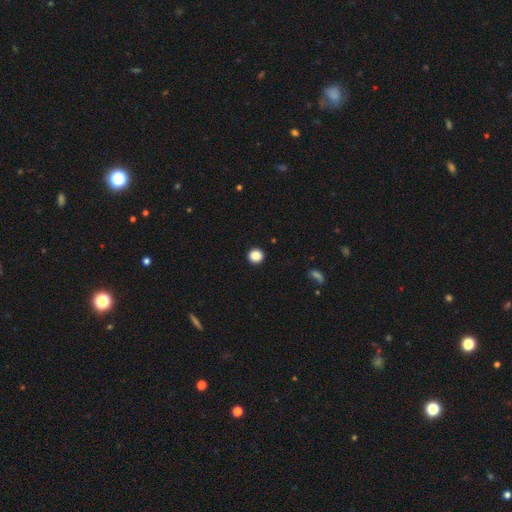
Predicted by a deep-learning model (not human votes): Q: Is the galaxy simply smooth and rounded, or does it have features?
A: smooth — 87%.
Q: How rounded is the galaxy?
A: round — 95%.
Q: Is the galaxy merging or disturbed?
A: none — 94%.